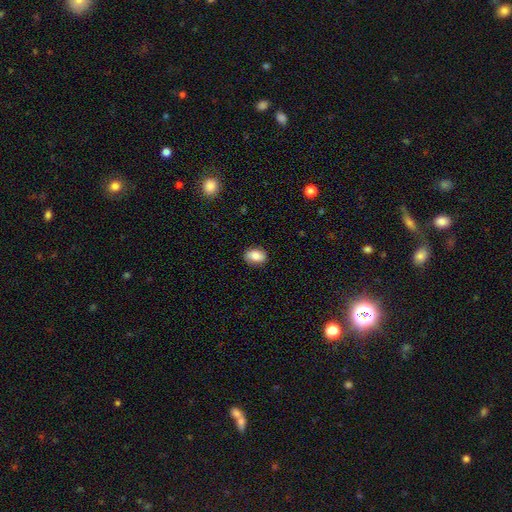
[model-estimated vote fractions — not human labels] A smooth galaxy with no disk features (82%) that is in between round and cigar-shaped (81%).

Vote fractions:
- Smooth or featured? smooth: 82% / featured or disk: 10% / star or artifact: 8%
- How rounded? in between: 81% / round: 17% / cigar-shaped: 1%
- Merging? none: 84% / minor disturbance: 12% / major disturbance: 3% / merger: 1%